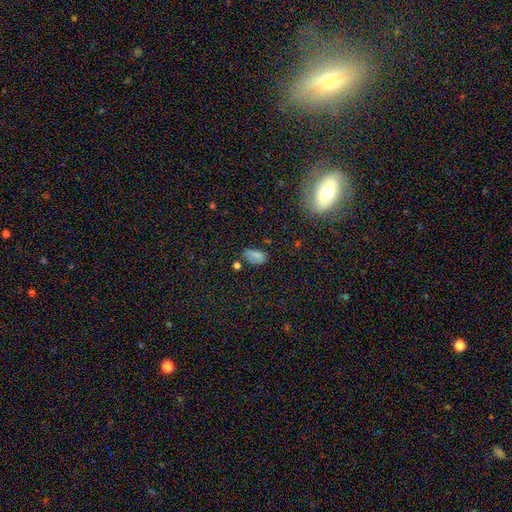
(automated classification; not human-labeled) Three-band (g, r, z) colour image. It shows a smooth galaxy with no disk features (71%) that is in between round and cigar-shaped (87%). Merging: none (63%).